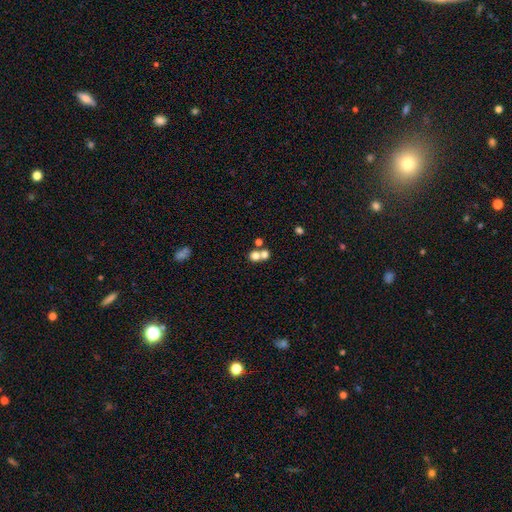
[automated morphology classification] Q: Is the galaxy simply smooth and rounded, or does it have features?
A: smooth — 71%.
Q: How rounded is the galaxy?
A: round — 81%.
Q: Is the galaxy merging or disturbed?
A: merger — 51%.